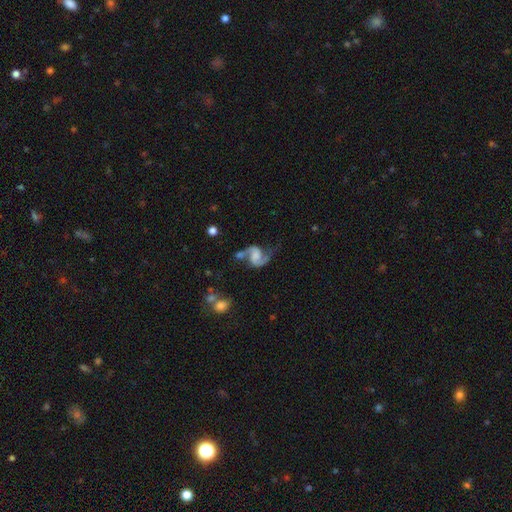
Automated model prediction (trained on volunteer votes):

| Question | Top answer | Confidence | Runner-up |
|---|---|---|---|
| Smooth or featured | featured or disk | 88% | smooth (6%) |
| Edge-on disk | no | 98% | yes (2%) |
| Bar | no | 54% | weak (36%) |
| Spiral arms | yes | 97% | no (3%) |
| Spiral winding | loose | 47% | medium (44%) |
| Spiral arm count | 2 | 93% | 1 (3%) |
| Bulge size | none | 36% | moderate (25%) |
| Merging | none | 55% | minor disturbance (19%) |